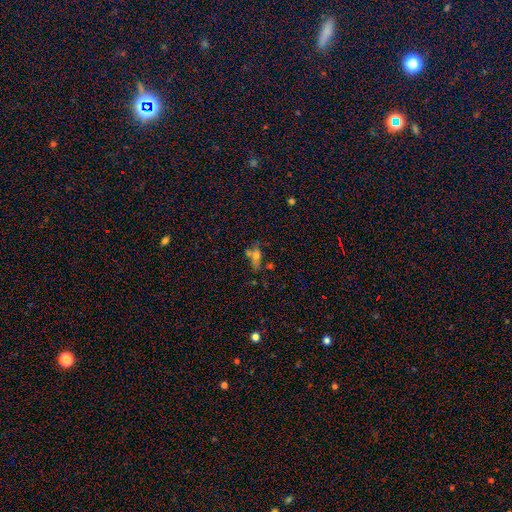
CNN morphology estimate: The model was most divided on "merging": none: 44%, merger: 27%, minor disturbance: 18%, major disturbance: 11%. More confident: how rounded — in between (63%); smooth or featured — smooth (52%).